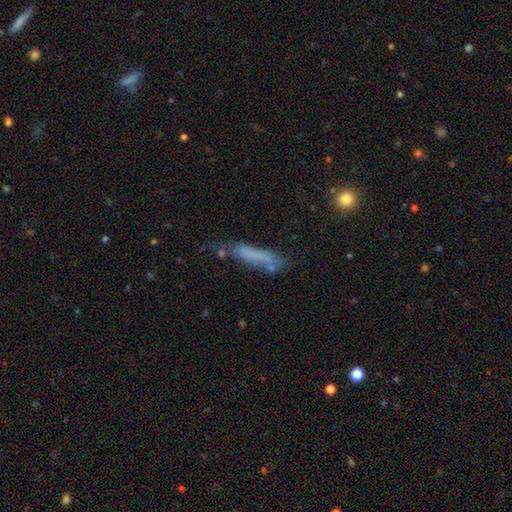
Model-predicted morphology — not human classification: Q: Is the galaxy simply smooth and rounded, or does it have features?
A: smooth — 55%.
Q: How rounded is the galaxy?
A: cigar-shaped — 80%.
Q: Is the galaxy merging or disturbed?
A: none — 46%.